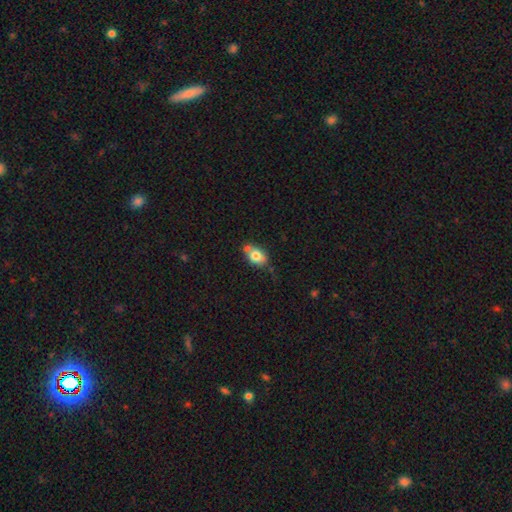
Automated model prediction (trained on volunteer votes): A smooth galaxy with no disk features (75%) that is in between round and cigar-shaped (66%).

Vote fractions:
- Smooth or featured? smooth: 75% / featured or disk: 17% / star or artifact: 9%
- How rounded? in between: 66% / round: 32% / cigar-shaped: 2%
- Merging? none: 50% / merger: 24% / minor disturbance: 20% / major disturbance: 5%